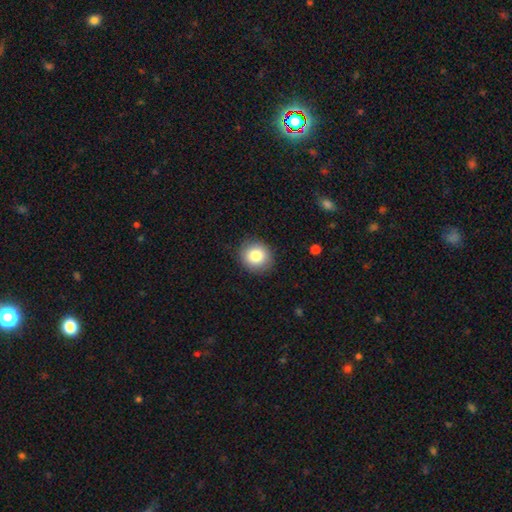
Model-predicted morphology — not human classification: smooth_or_featured: smooth (p=0.82) [alt: star or artifact p=0.09]
how_rounded: round (p=0.85) [alt: in between p=0.14]
merging: none (p=0.89) [alt: minor disturbance p=0.08]